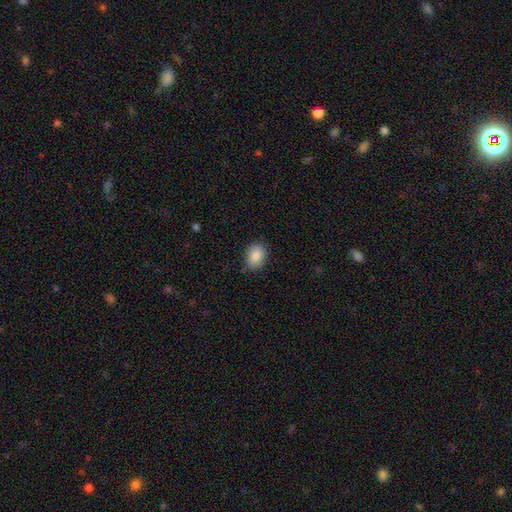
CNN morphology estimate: This appears to be a smooth galaxy with no disk features (88%) that is in between round and cigar-shaped (67%). Merging: none (77%).